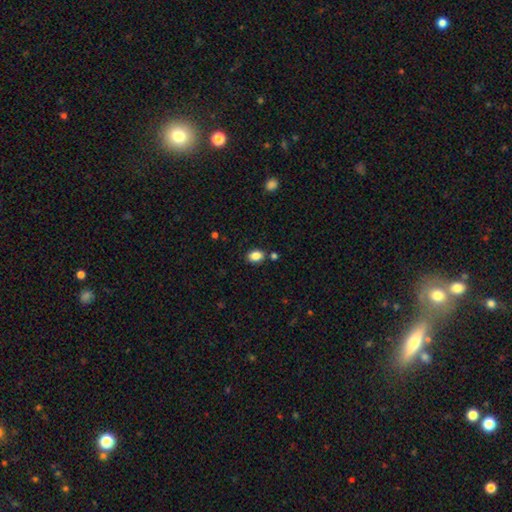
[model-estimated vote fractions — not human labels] smooth_or_featured: smooth (p=0.86) [alt: star or artifact p=0.09]
how_rounded: in between (p=0.70) [alt: round p=0.29]
merging: none (p=0.79) [alt: minor disturbance p=0.11]